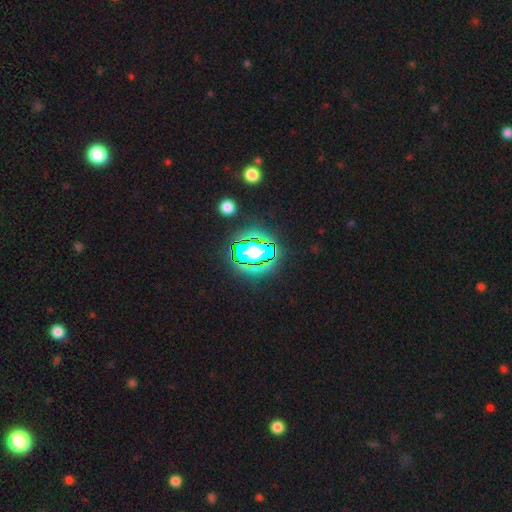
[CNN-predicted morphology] star or artifact 61%, smooth 23%, featured or disk 16%.